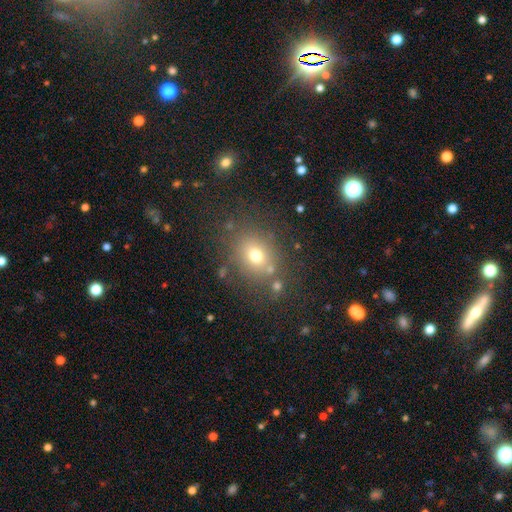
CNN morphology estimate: Smooth or featured? Predicted: smooth (p=0.69). How rounded? Predicted: round (p=0.58). Merging? Predicted: none (p=0.74).